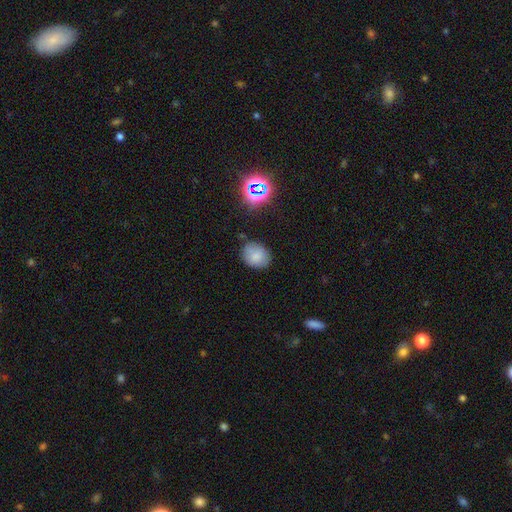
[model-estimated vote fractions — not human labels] smooth-or-featured: smooth: 79% | star or artifact: 13% | featured or disk: 8%
  how-rounded: round: 50% | in between: 49% | cigar-shaped: 1%
  merging: none: 74% | minor disturbance: 18% | major disturbance: 4% | merger: 3%